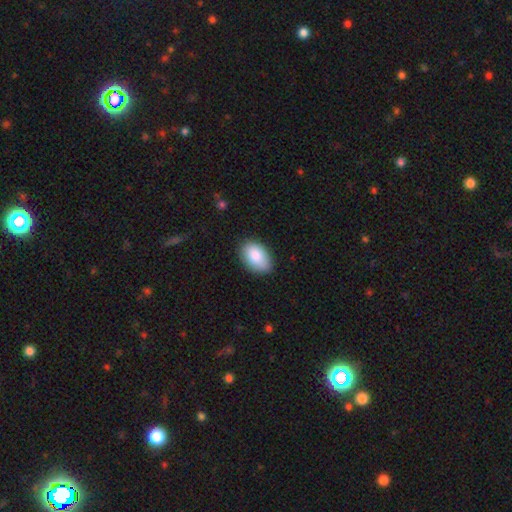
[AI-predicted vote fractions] A smooth galaxy with no disk features (87%) that is in between round and cigar-shaped (91%). Merging: none (85%).